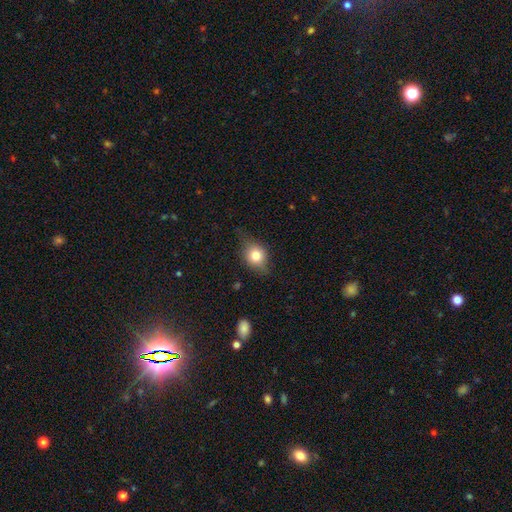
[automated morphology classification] This is likely a smooth galaxy (72%). How rounded: possibly round (60%). Merging: likely none (65%).